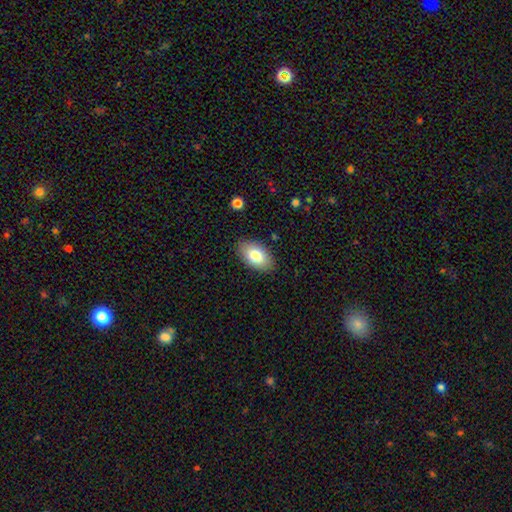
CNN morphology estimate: This is likely a smooth galaxy (79%). How rounded: clearly in between (93%). Merging: clearly none (86%).